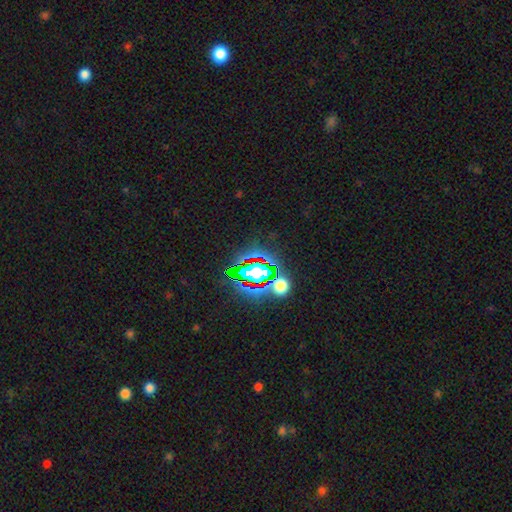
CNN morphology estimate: type=star or artifact (83%).